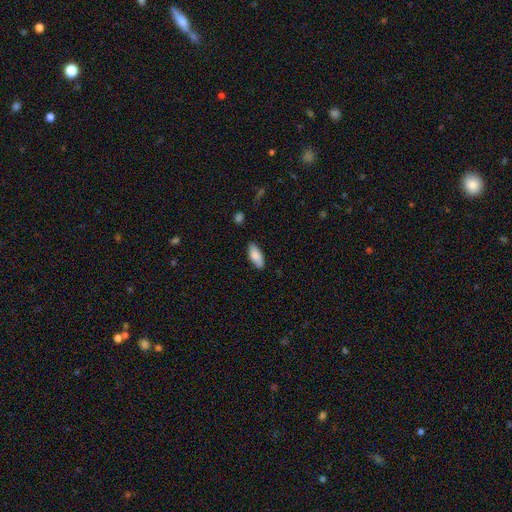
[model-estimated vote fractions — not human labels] Smooth or featured? Predicted: smooth (p=0.83). How rounded? Predicted: in between (p=0.82). Merging? Predicted: none (p=0.80).